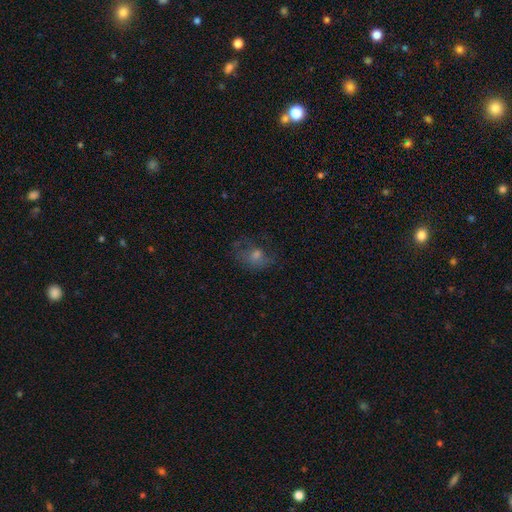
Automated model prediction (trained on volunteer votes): This appears to be a smooth galaxy with no disk features (47%). Merging: none (54%).